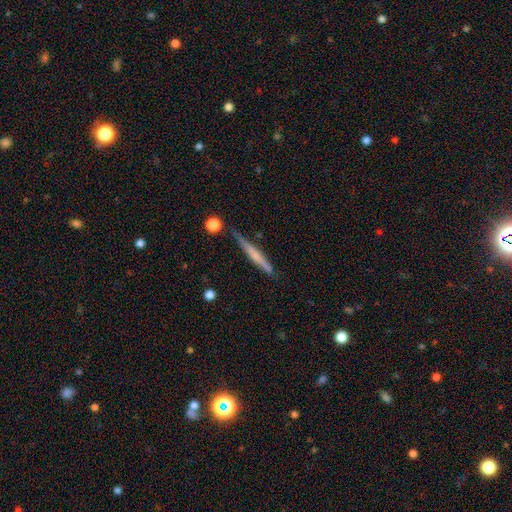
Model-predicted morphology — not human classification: type=featured or disk (47%); merging=none (76%).